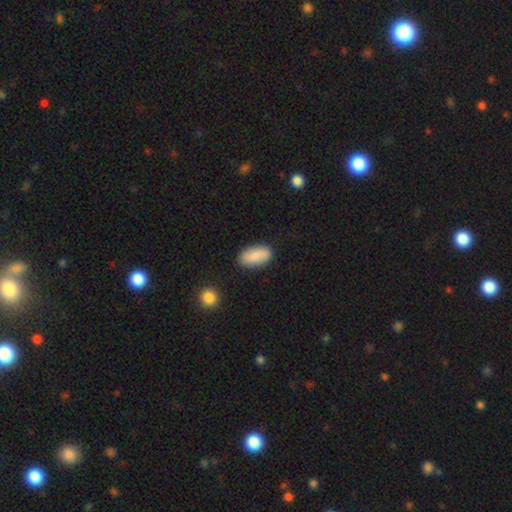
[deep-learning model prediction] Smooth or featured? Predicted: smooth (p=0.84). How rounded? Predicted: in between (p=0.92). Merging? Predicted: none (p=0.84).